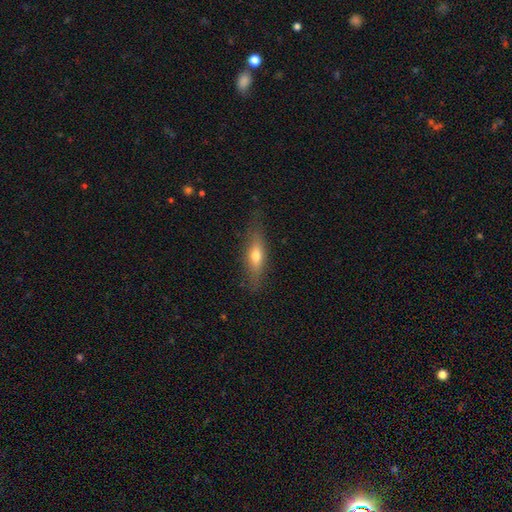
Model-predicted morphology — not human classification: smooth_or_featured: smooth (p=0.57) [alt: featured or disk p=0.36]
how_rounded: cigar-shaped (p=0.56) [alt: in between p=0.41]
merging: none (p=0.78) [alt: minor disturbance p=0.16]